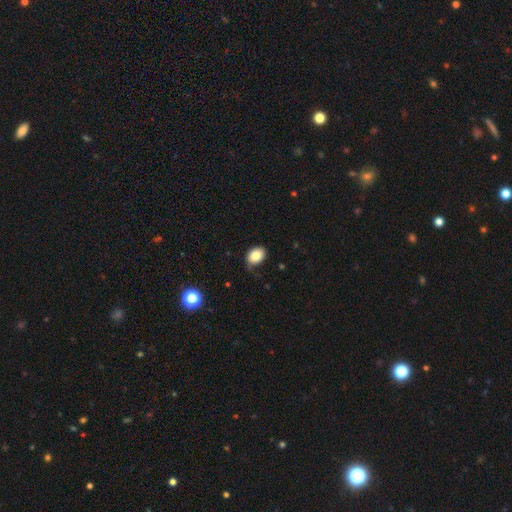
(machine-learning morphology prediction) Smooth or featured: smooth — 83% (star or artifact — 9%)
How rounded: in between — 67% (round — 32%)
Merging: none — 70% (minor disturbance — 23%)